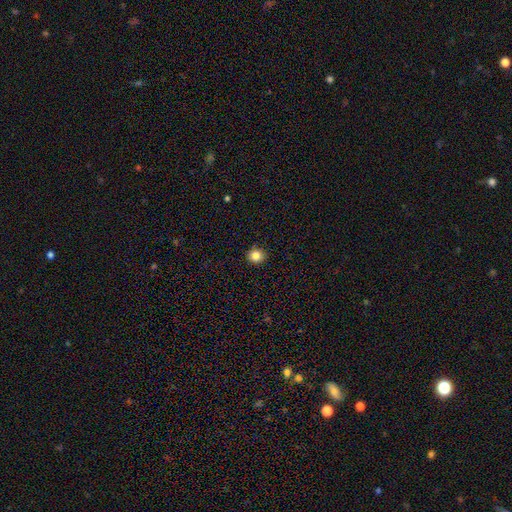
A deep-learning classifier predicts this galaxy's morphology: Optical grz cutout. It shows a smooth galaxy with no disk features (84%) that is round (89%). Merging: none (92%).